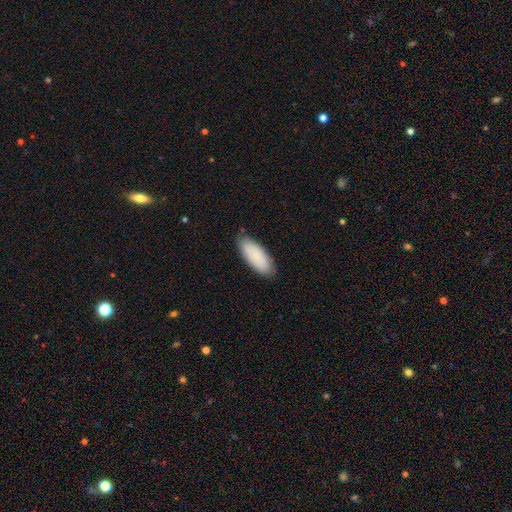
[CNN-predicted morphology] smooth-or-featured: smooth: 86% | featured or disk: 9% | star or artifact: 6%
  how-rounded: in between: 81% | cigar-shaped: 17% | round: 2%
  merging: none: 83% | minor disturbance: 13% | major disturbance: 2% | merger: 1%